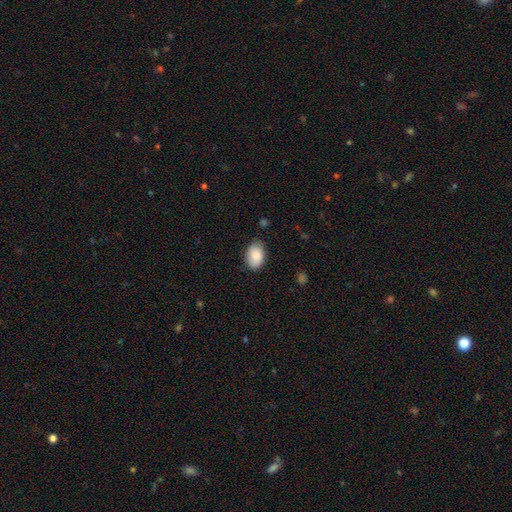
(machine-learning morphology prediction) smooth-or-featured: smooth: 87% | featured or disk: 7% | star or artifact: 6%
  how-rounded: in between: 89% | round: 10% | cigar-shaped: 1%
  merging: none: 80% | minor disturbance: 16% | major disturbance: 3% | merger: 1%